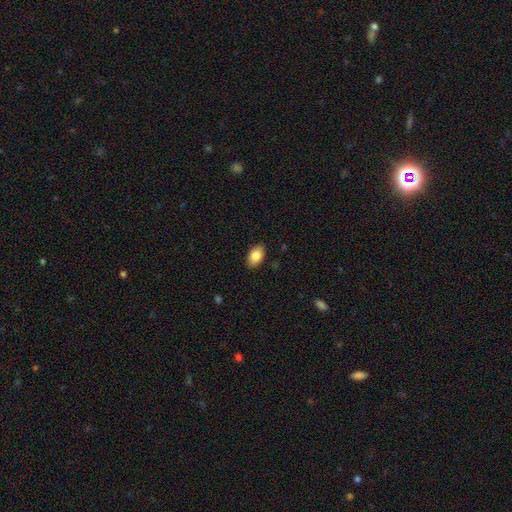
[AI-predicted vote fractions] Overall: smooth (85%). How rounded: in between (92%). Merging: none (88%).